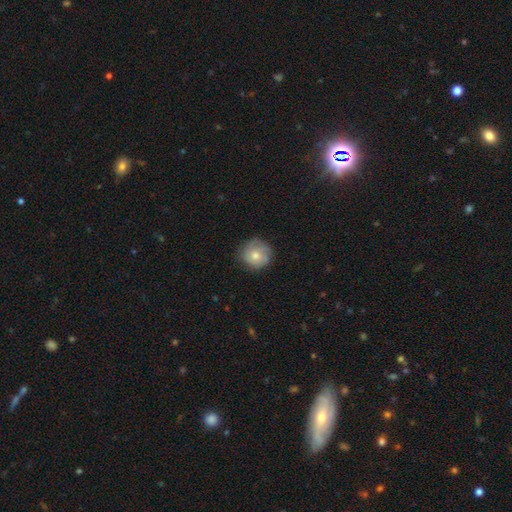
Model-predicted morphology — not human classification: smooth_or_featured: smooth (p=0.63) [alt: featured or disk p=0.30]
how_rounded: round (p=0.90) [alt: in between p=0.09]
merging: none (p=0.75) [alt: minor disturbance p=0.18]